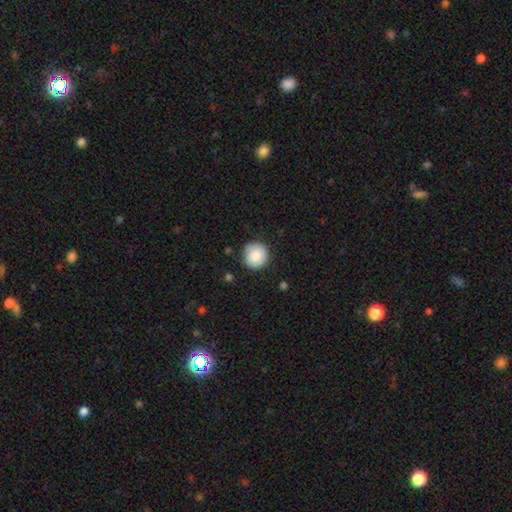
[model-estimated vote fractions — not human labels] smooth_or_featured: smooth (p=0.86) [alt: star or artifact p=0.07]
how_rounded: round (p=0.93) [alt: in between p=0.06]
merging: none (p=0.86) [alt: minor disturbance p=0.11]